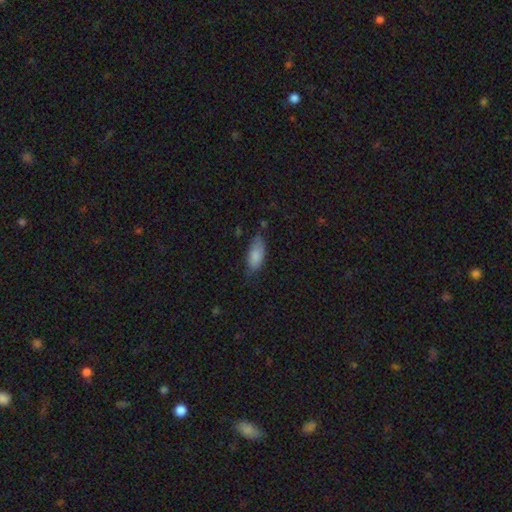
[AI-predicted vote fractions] smooth-or-featured: smooth: 85% | featured or disk: 9% | star or artifact: 7%
  how-rounded: in between: 86% | cigar-shaped: 12% | round: 2%
  merging: none: 65% | minor disturbance: 27% | major disturbance: 6% | merger: 2%